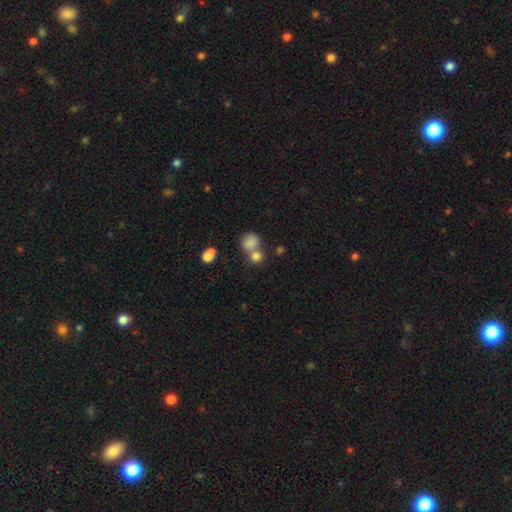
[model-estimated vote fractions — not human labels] smooth 80%, star or artifact 12%, featured or disk 9%. Down the decision tree: how rounded — round (73%); merging — merger (46%).